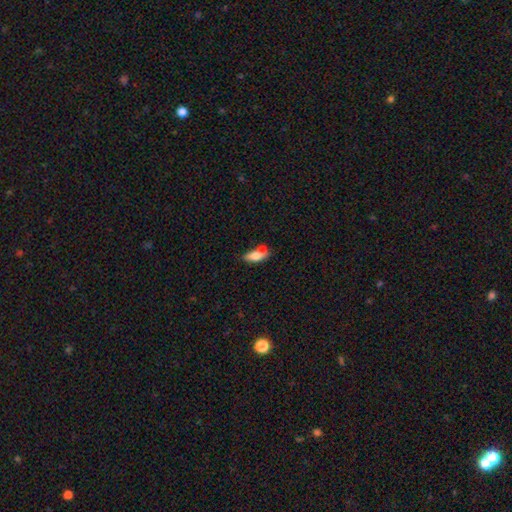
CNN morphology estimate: The model was most divided on "merging": merger: 41%, none: 38%, minor disturbance: 15%, major disturbance: 6%. More confident: how rounded — in between (80%); smooth or featured — smooth (72%).